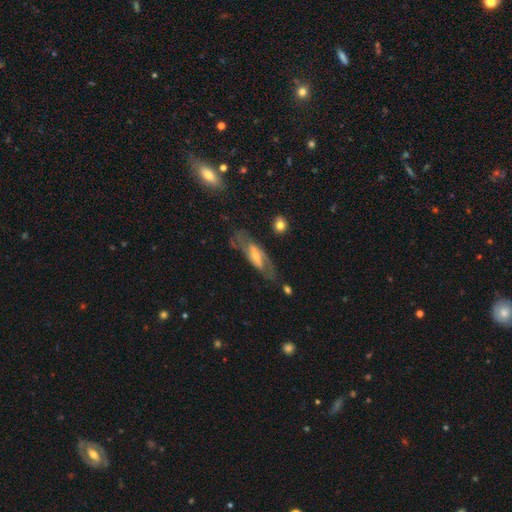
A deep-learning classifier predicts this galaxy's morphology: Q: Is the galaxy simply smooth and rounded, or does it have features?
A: featured or disk — 69%.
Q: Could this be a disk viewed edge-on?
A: no — 82%.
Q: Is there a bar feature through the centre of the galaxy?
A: weak — 39%.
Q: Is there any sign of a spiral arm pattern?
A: yes — 78%.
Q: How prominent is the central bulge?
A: small — 51%.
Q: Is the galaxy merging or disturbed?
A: none — 61%.